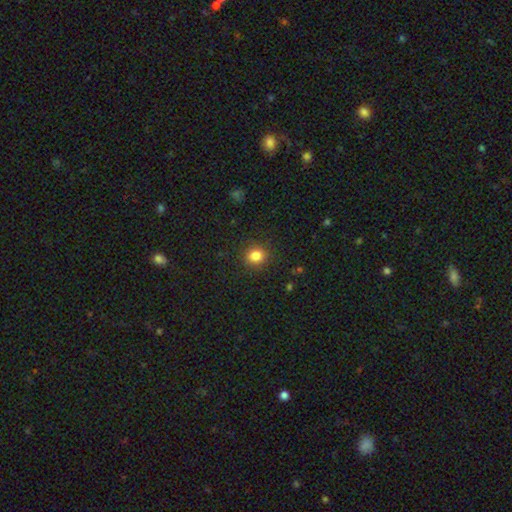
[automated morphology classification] smooth_or_featured: smooth (p=0.83) [alt: star or artifact p=0.12]
how_rounded: round (p=0.83) [alt: in between p=0.16]
merging: none (p=0.90) [alt: minor disturbance p=0.07]